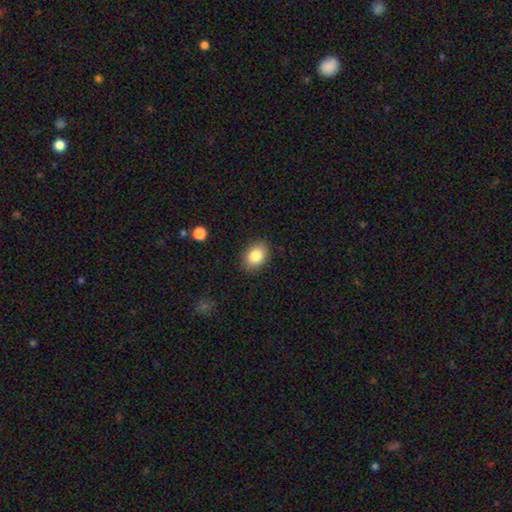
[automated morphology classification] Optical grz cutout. It shows a smooth galaxy with no disk features (84%) that is in between round and cigar-shaped (74%). Merging: none (86%).